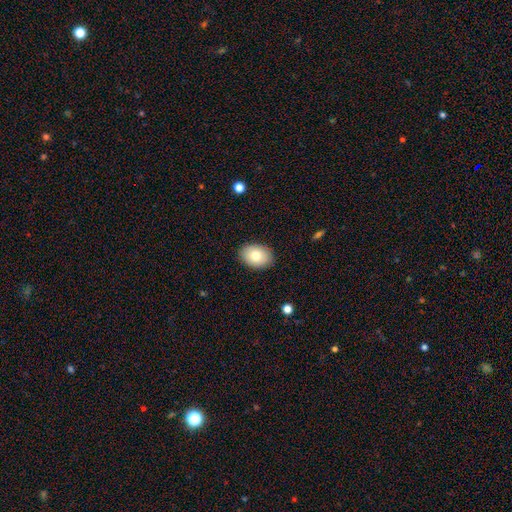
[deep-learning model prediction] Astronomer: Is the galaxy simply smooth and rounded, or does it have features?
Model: smooth — 80%.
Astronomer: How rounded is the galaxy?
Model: in between — 79%.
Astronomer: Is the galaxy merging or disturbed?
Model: none — 89%.